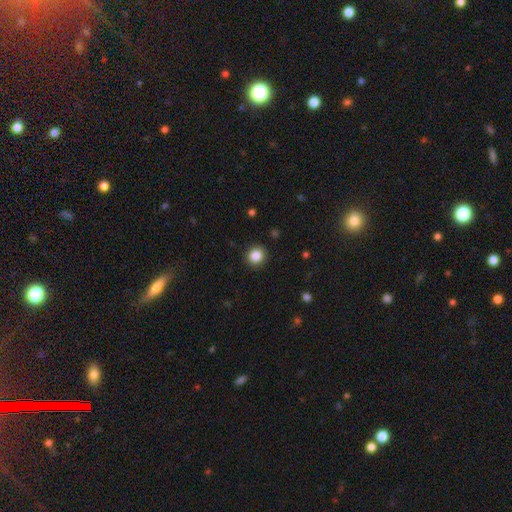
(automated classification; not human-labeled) Overall: smooth (85%). How rounded: round (90%). Merging: none (92%).